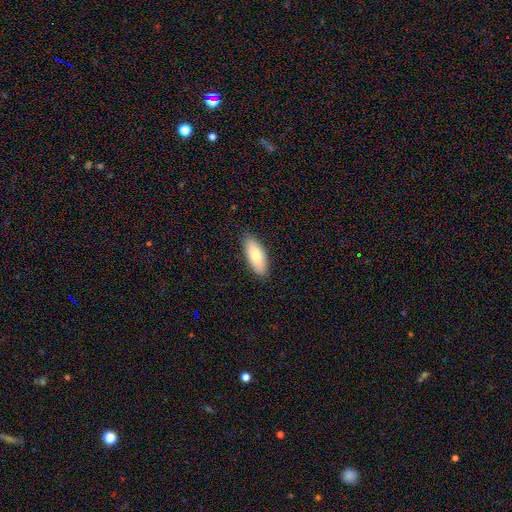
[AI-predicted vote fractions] Smooth or featured?
  - smooth: 77% *
  - featured or disk: 17%
  - star or artifact: 6%
How rounded?
  - in between: 81% *
  - cigar-shaped: 17%
  - round: 2%
Merging?
  - none: 87% *
  - minor disturbance: 10%
  - major disturbance: 2%
  - merger: 1%